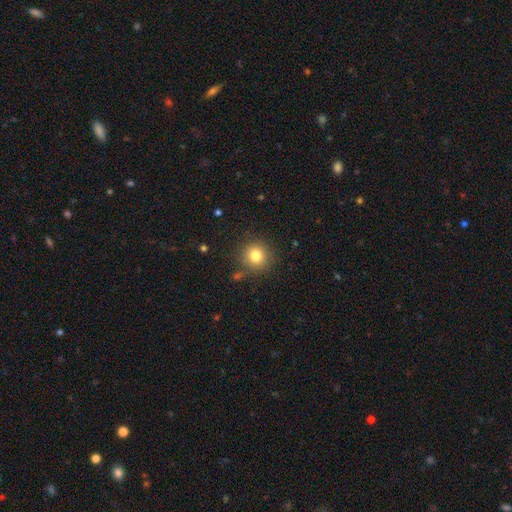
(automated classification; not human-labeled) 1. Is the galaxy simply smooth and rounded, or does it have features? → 80% smooth, 12% star or artifact, 8% featured or disk.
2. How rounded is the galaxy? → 92% round, 7% in between, 1% cigar-shaped.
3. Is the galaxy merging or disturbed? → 84% none, 10% minor disturbance, 3% major disturbance, 3% merger.